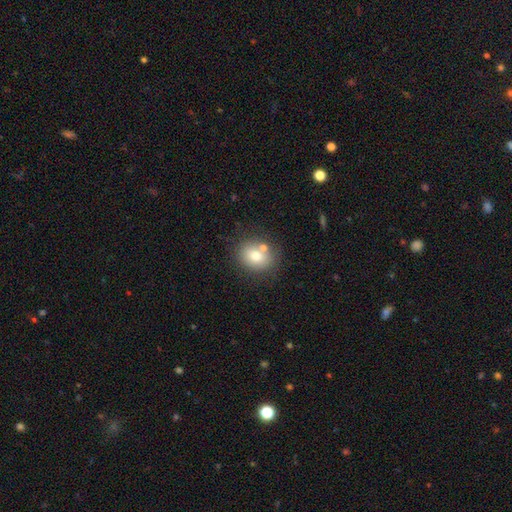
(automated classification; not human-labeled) Q: Smooth or featured?
A: smooth (75%); runner-up: featured or disk (14%)
Q: How rounded?
A: round (61%); runner-up: in between (39%)
Q: Merging?
A: none (69%); runner-up: merger (15%)